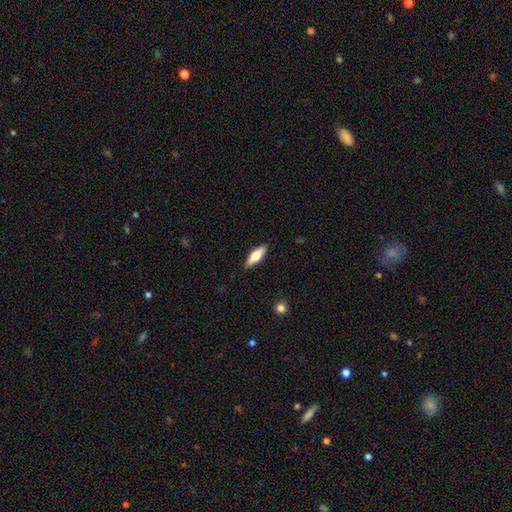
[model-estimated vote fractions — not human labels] Smooth or featured? smooth (64%)
How rounded? in between (56%)
Merging? none (88%)